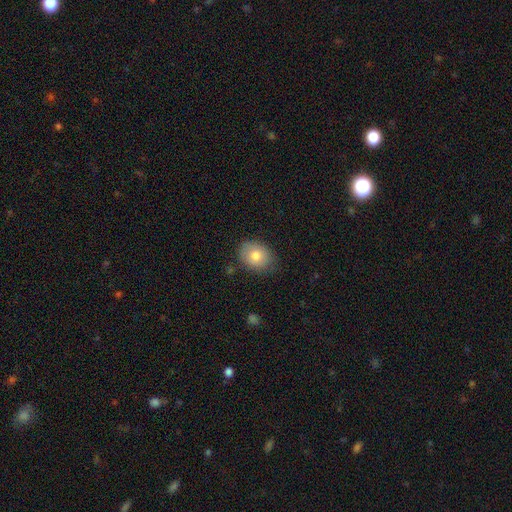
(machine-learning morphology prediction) This is likely a smooth galaxy (79%). How rounded: possibly in between (54%). Merging: likely none (77%).